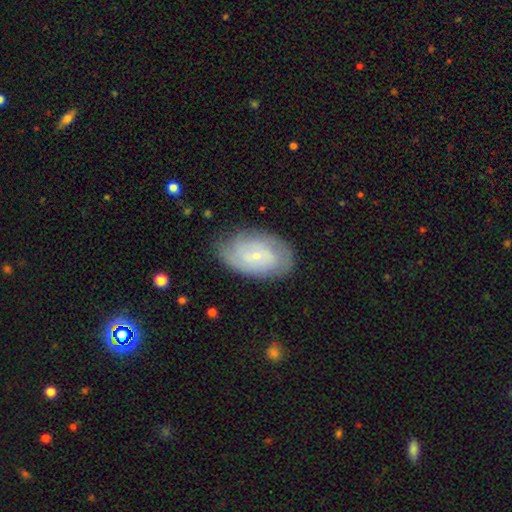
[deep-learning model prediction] smooth-or-featured: featured or disk: 67% | smooth: 26% | star or artifact: 7%
  disk-edge-on: no: 96% | yes: 4%
    bar: no: 61% | weak: 33% | strong: 6%
    has-spiral-arms: yes: 89% | no: 11%
      spiral-winding: tight: 60% | medium: 31% | loose: 9%
      spiral-arm-count: can't tell: 40% | 2: 37% | 3: 11% | 4: 5% | 1: 4% | more than 4: 3%
    bulge-size: small: 82% | moderate: 13% | none: 3% | large: 1% | dominant: 1%
  merging: none: 76% | minor disturbance: 18% | major disturbance: 5% | merger: 1%